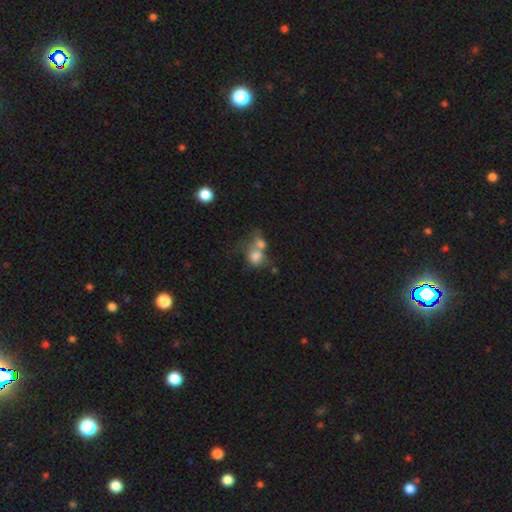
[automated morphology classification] A smooth galaxy with no disk features (73%) that is round (58%).

Vote fractions:
- Smooth or featured? smooth: 73% / featured or disk: 16% / star or artifact: 11%
- How rounded? round: 58% / in between: 40% / cigar-shaped: 1%
- Merging? merger: 58% / none: 23% / minor disturbance: 10% / major disturbance: 9%